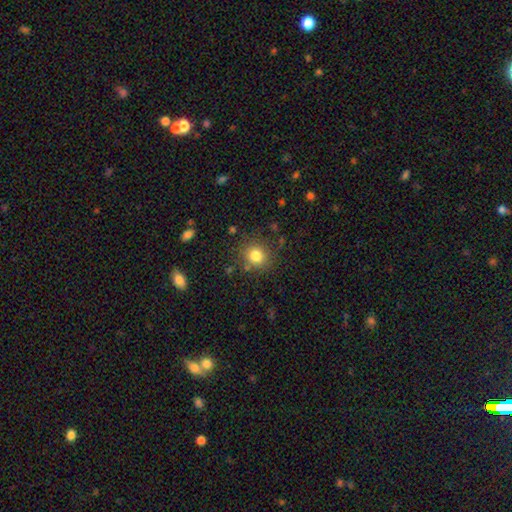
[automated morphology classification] The model was most divided on "smooth or featured": smooth: 81%, star or artifact: 12%, featured or disk: 7%. More confident: how rounded — round (85%); merging — none (82%).